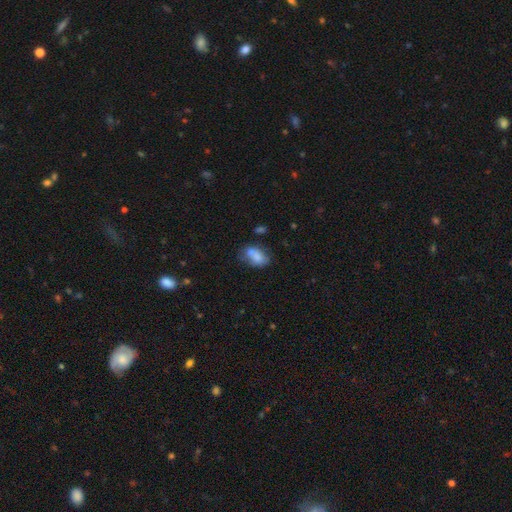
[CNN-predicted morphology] Smooth or featured? smooth (71%)
How rounded? in between (80%)
Merging? merger (38%)